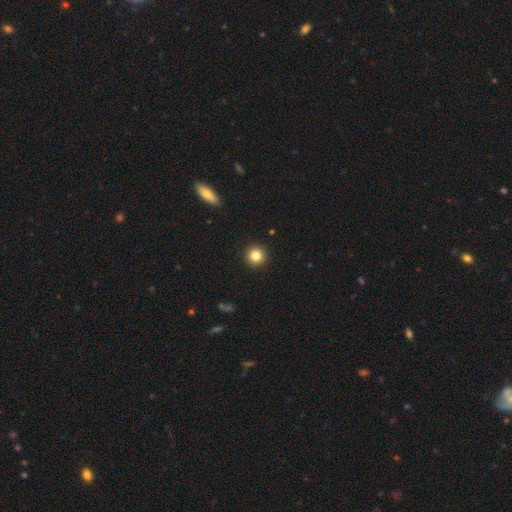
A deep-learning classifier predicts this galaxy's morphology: Smooth or featured? Predicted: smooth (p=0.83). How rounded? Predicted: round (p=0.95). Merging? Predicted: none (p=0.93).